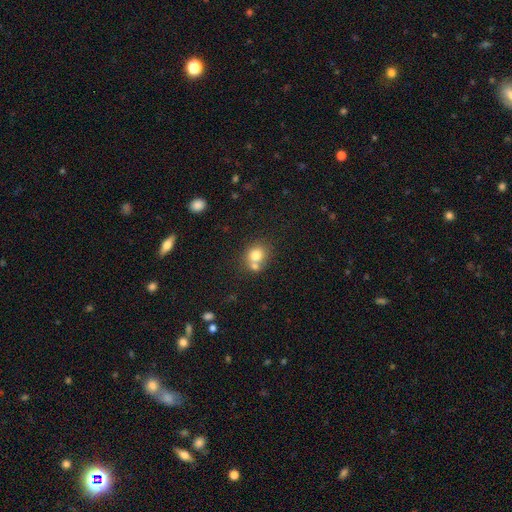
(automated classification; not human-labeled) smooth-or-featured: smooth: 77% | featured or disk: 12% | star or artifact: 11%
  how-rounded: round: 73% | in between: 26% | cigar-shaped: 1%
  merging: none: 45% | merger: 42% | minor disturbance: 10% | major disturbance: 3%